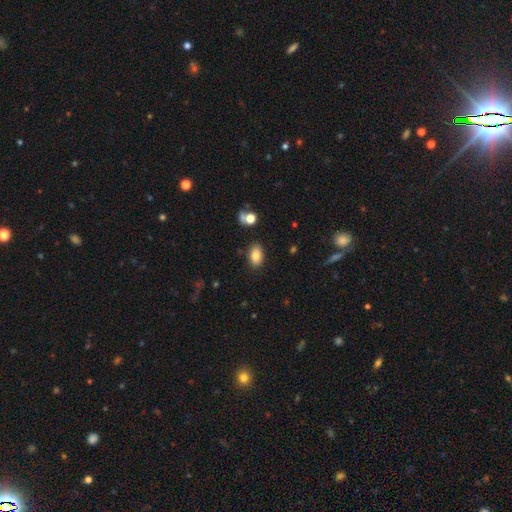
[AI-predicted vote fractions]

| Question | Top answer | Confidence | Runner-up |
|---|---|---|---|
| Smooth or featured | smooth | 82% | star or artifact (10%) |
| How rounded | in between | 87% | round (12%) |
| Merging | none | 84% | minor disturbance (10%) |